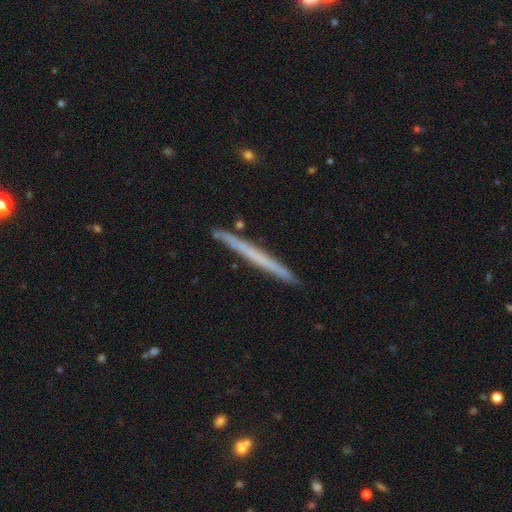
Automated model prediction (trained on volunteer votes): The model was most divided on "smooth or featured": featured or disk: 50%, smooth: 44%, star or artifact: 6%. More confident: merging — none (91%).